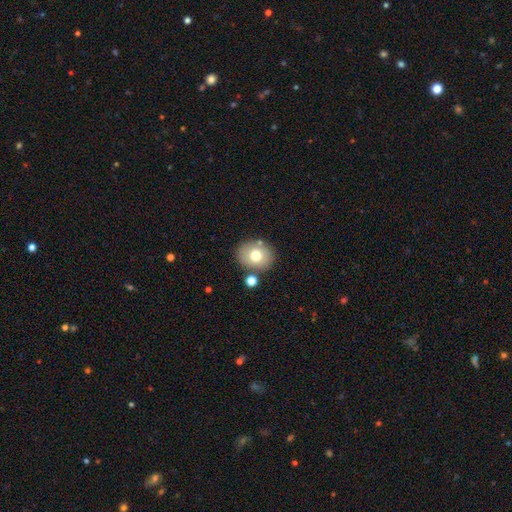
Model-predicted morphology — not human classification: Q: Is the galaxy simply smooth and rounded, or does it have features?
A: smooth — 72%.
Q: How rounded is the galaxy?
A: round — 66%.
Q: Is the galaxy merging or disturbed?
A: none — 78%.